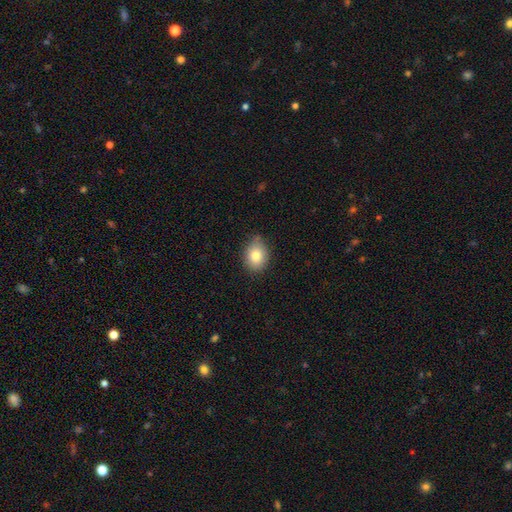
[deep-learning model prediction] This appears to be a smooth galaxy with no disk features (82%) that is in between round and cigar-shaped (57%). Merging: none (76%).